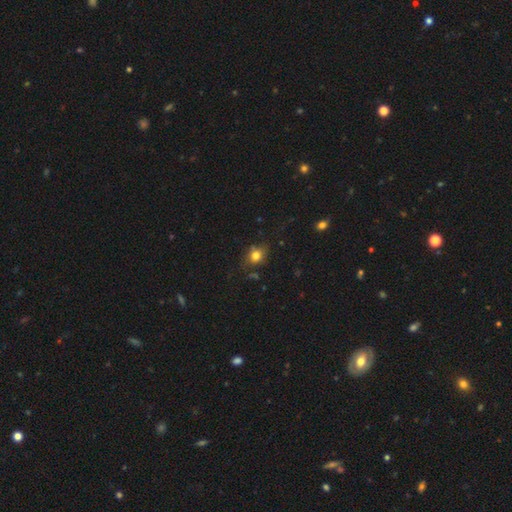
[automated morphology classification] smooth_or_featured: smooth (p=0.74) [alt: star or artifact p=0.13]
how_rounded: round (p=0.51) [alt: in between p=0.46]
merging: none (p=0.69) [alt: minor disturbance p=0.21]